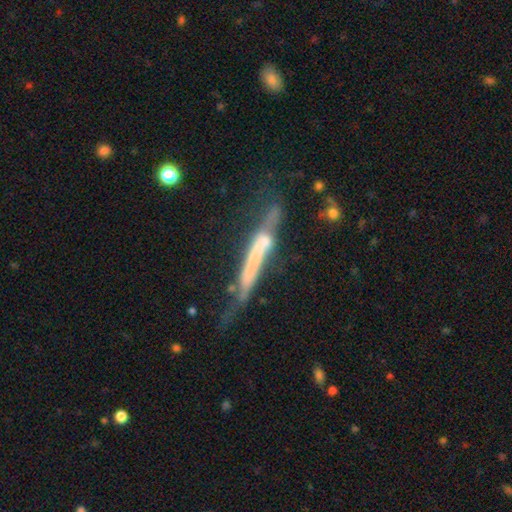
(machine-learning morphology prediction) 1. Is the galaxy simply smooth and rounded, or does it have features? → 62% featured or disk, 29% smooth, 9% star or artifact.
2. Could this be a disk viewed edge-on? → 81% yes, 19% no.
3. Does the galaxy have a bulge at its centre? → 64% none, 18% boxy, 18% rounded.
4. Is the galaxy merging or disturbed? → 35% none, 26% minor disturbance, 24% major disturbance, 15% merger.